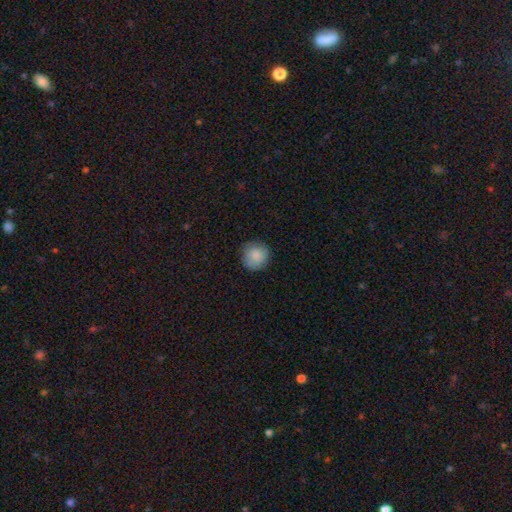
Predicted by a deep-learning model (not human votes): smooth_or_featured: smooth (p=0.86) [alt: star or artifact p=0.07]
how_rounded: round (p=0.93) [alt: in between p=0.06]
merging: none (p=0.86) [alt: minor disturbance p=0.11]